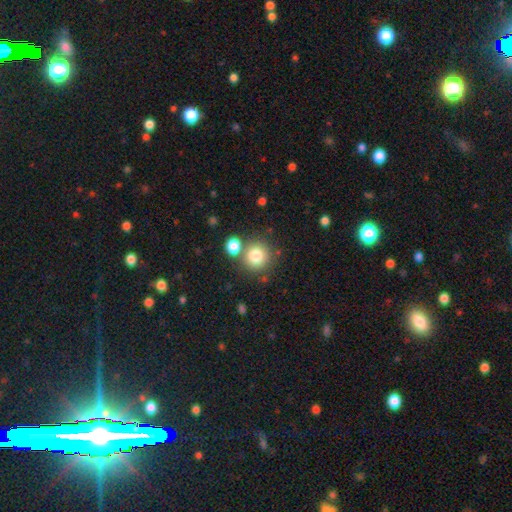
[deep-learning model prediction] smooth-or-featured: smooth: 80% | star or artifact: 11% | featured or disk: 9%
  how-rounded: round: 91% | in between: 8% | cigar-shaped: 1%
  merging: none: 69% | merger: 19% | minor disturbance: 9% | major disturbance: 3%